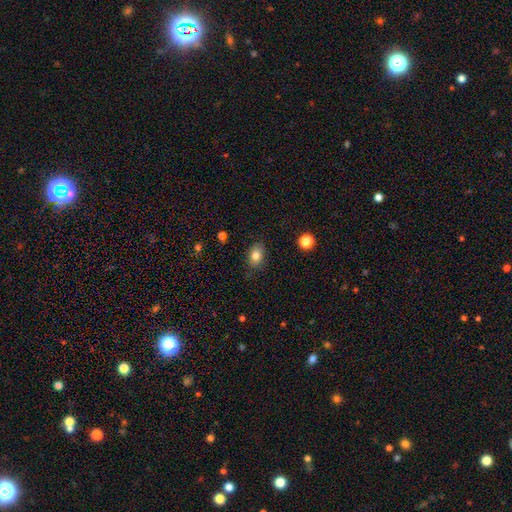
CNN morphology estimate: The model was most divided on "how rounded": in between: 78%, round: 21%, cigar-shaped: 1%. More confident: merging — none (82%); smooth or featured — smooth (82%).